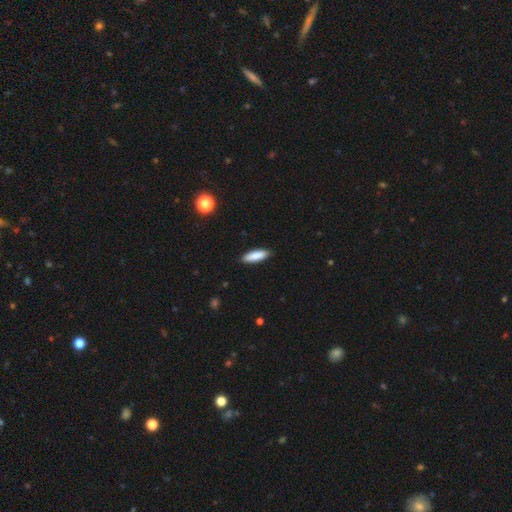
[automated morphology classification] Overall: smooth (84%). How rounded: cigar-shaped (52%; in between 46%). Merging: none (89%).